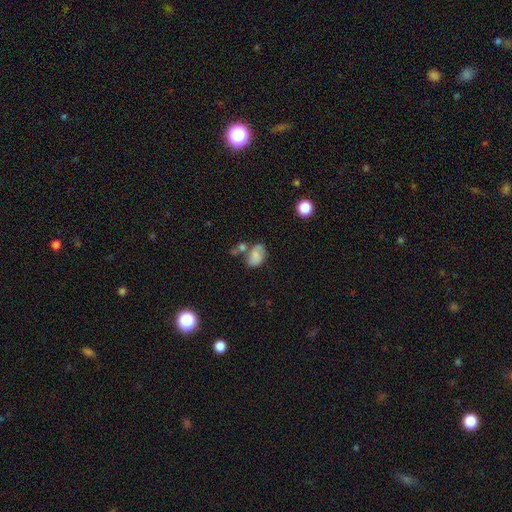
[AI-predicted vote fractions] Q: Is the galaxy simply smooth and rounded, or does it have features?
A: smooth — 76%.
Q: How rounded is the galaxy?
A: in between — 85%.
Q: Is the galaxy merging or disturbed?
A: none — 47%.